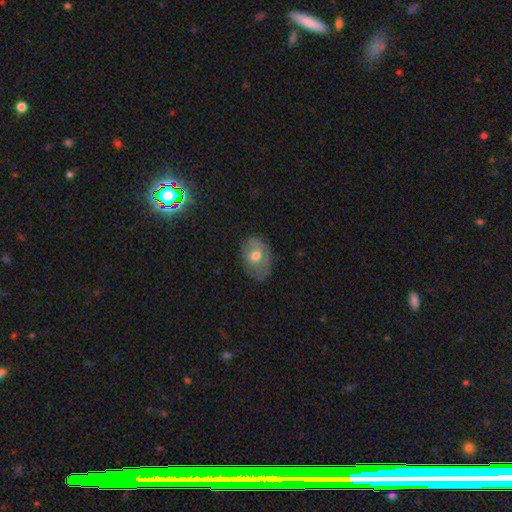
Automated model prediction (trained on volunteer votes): Morphology: type=smooth (51%); roundness=in between (74%); merging=none (61%).